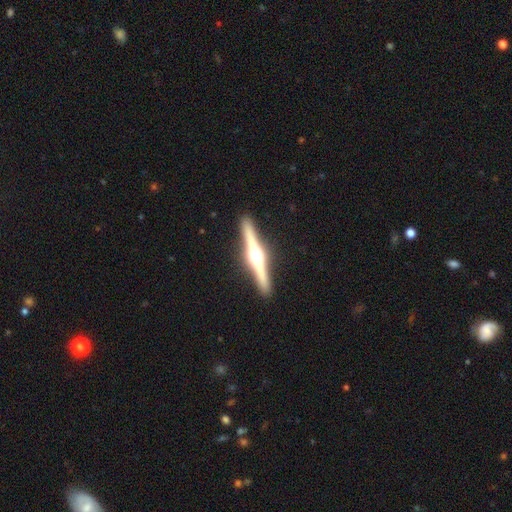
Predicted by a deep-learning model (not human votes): smooth-or-featured: featured or disk: 85% | smooth: 10% | star or artifact: 4%
  disk-edge-on: yes: 99% | no: 1%
    edge-on-bulge: rounded: 95% | boxy: 3% | none: 2%
  merging: none: 93% | minor disturbance: 5% | major disturbance: 1% | merger: 1%